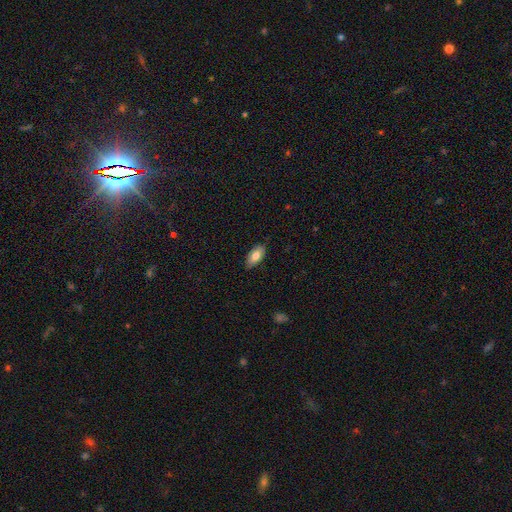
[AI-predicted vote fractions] A smooth galaxy with no disk features (76%) that is in between round and cigar-shaped (91%).

Vote fractions:
- Smooth or featured? smooth: 76% / featured or disk: 18% / star or artifact: 6%
- How rounded? in between: 91% / cigar-shaped: 6% / round: 3%
- Merging? none: 84% / minor disturbance: 13% / major disturbance: 2% / merger: 1%